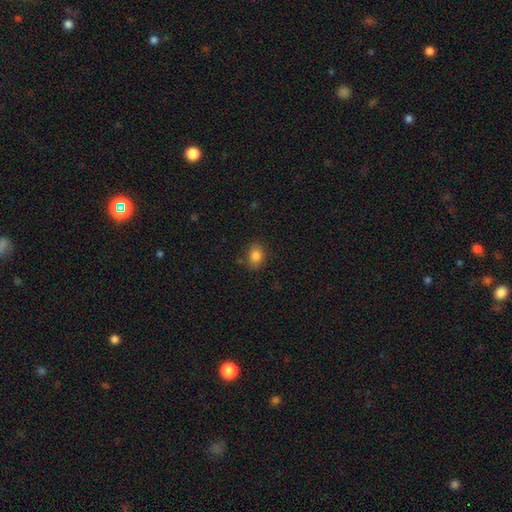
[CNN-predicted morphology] The model was most divided on "how rounded": round: 51%, in between: 48%, cigar-shaped: 1%. More confident: smooth or featured — smooth (84%); merging — none (81%).